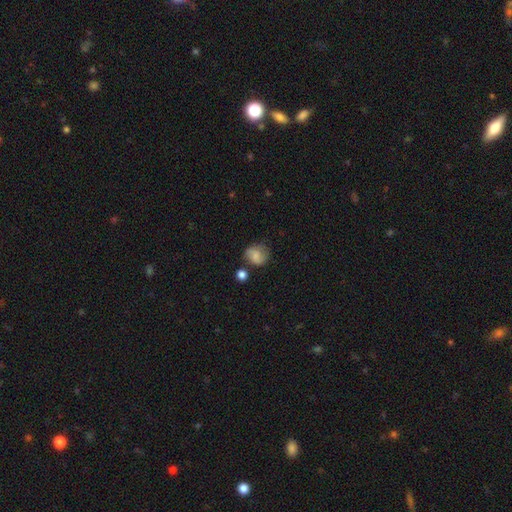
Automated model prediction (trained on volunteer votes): smooth_or_featured: smooth (p=0.66) [alt: featured or disk p=0.24]
how_rounded: round (p=0.70) [alt: in between p=0.29]
merging: none (p=0.61) [alt: minor disturbance p=0.24]